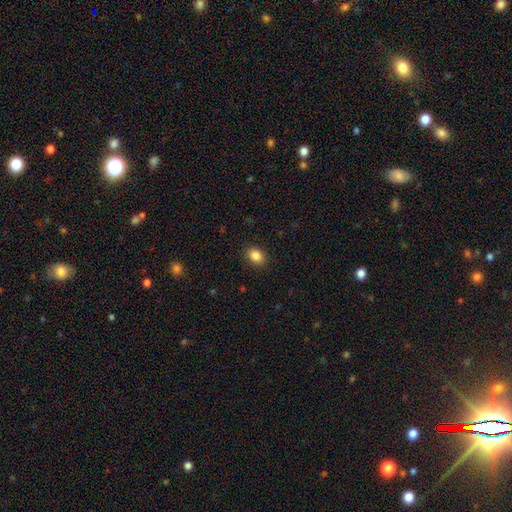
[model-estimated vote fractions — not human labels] smooth 86%, star or artifact 9%, featured or disk 5%. Down the decision tree: how rounded — in between (65%); merging — none (89%).